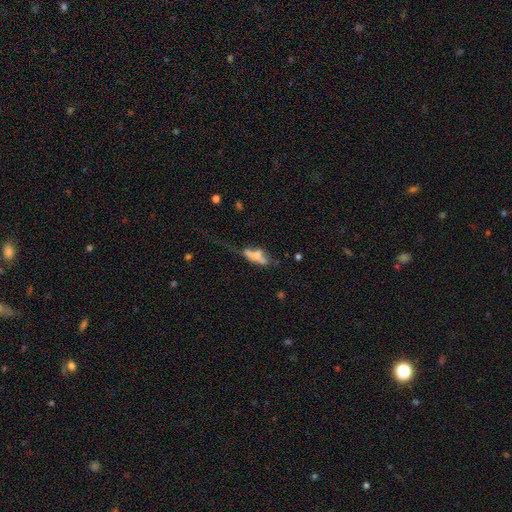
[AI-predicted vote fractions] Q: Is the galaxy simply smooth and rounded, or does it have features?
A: smooth — 46%.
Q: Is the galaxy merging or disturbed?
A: major disturbance — 38%.